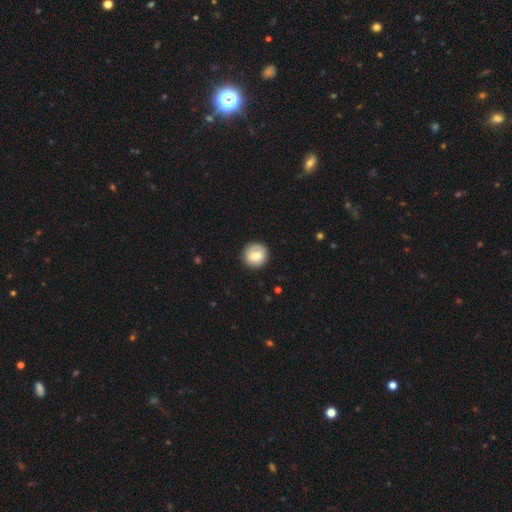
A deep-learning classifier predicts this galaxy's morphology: type=smooth (78%); roundness=round (90%); merging=none (84%).